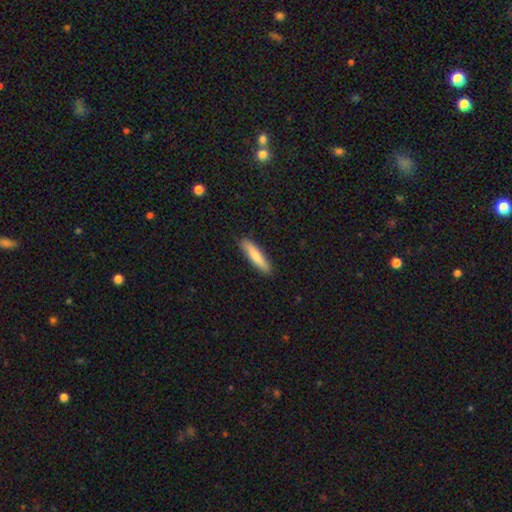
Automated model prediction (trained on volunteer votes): Smooth or featured?
  - smooth: 78% *
  - featured or disk: 17%
  - star or artifact: 5%
How rounded?
  - cigar-shaped: 80% *
  - in between: 19%
  - round: 1%
Merging?
  - none: 87% *
  - minor disturbance: 10%
  - major disturbance: 2%
  - merger: 1%